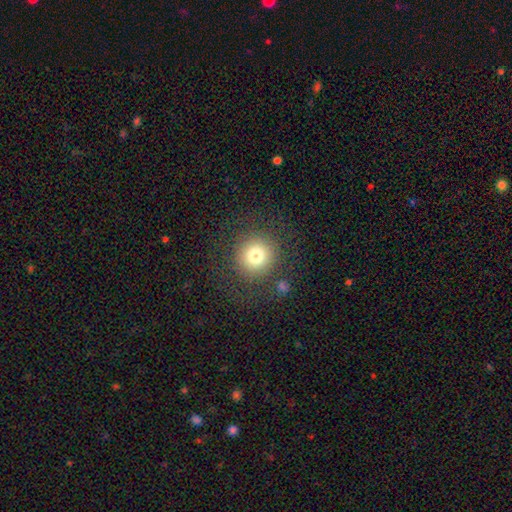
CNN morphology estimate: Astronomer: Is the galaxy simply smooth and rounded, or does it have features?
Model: smooth — 78%.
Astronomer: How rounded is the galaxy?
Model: round — 94%.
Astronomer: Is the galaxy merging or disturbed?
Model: none — 83%.